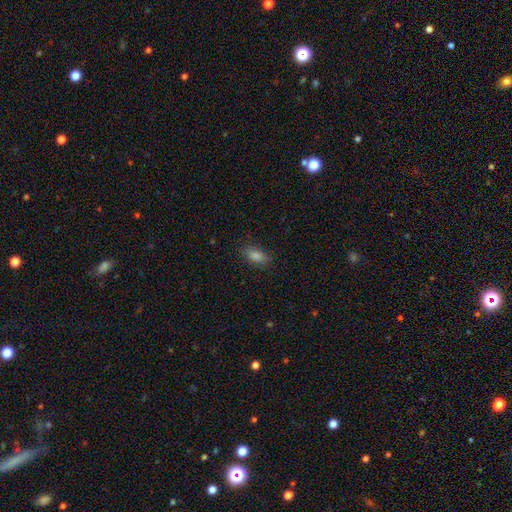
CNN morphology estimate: type=smooth (80%); roundness=in between (86%); merging=none (86%).